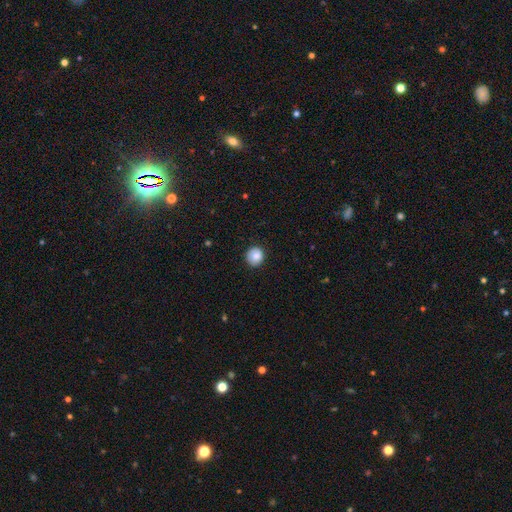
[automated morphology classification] This appears to be a smooth galaxy with no disk features (86%) that is round (88%). Merging: none (88%).